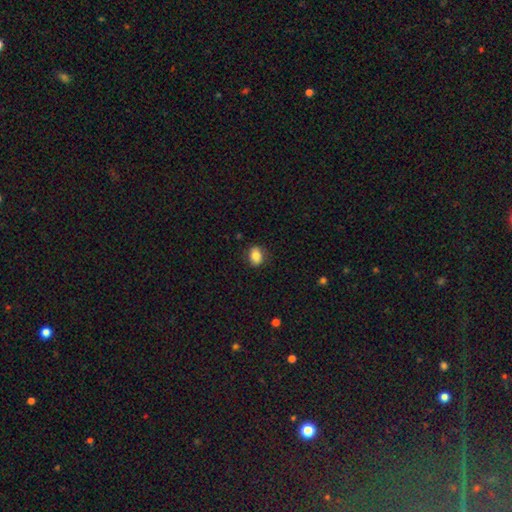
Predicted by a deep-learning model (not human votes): Smooth or featured: smooth — 84% (star or artifact — 9%)
How rounded: in between — 65% (round — 34%)
Merging: none — 85% (minor disturbance — 12%)